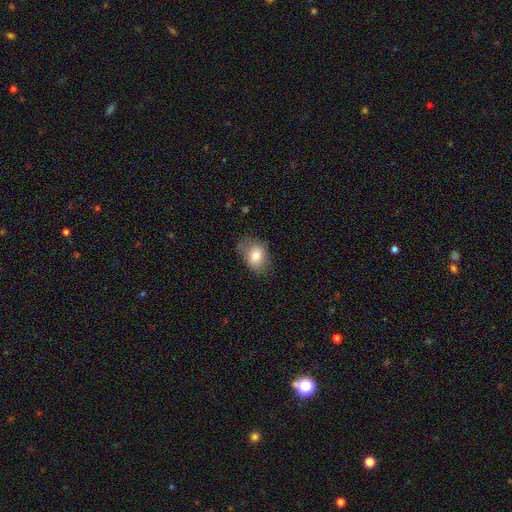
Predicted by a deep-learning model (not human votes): Morphology: type=smooth (77%); roundness=in between (72%); merging=none (64%).